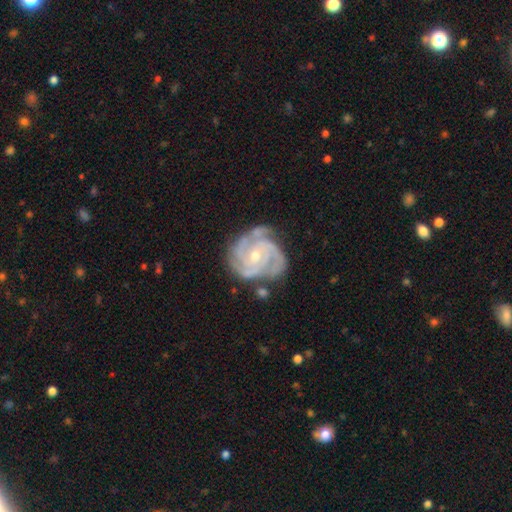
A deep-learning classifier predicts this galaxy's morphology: type=featured or disk (92%); edge-on=no (98%); bar=no (63%); spiral arms=yes (99%); winding=tight (70%); arm count=3 (48%); bulge=small (57%); merging=none (70%).